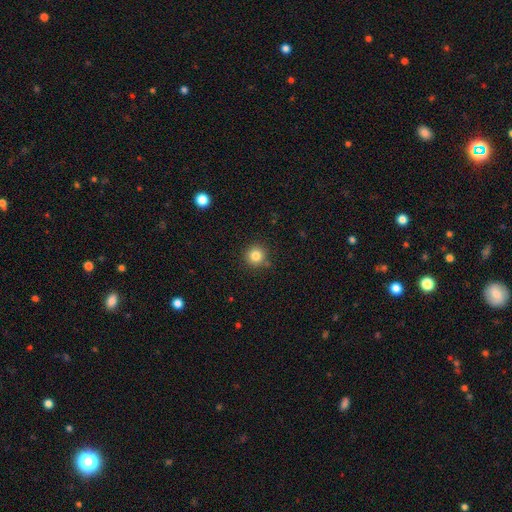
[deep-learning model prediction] Smooth or featured? smooth (83%)
How rounded? round (94%)
Merging? none (85%)